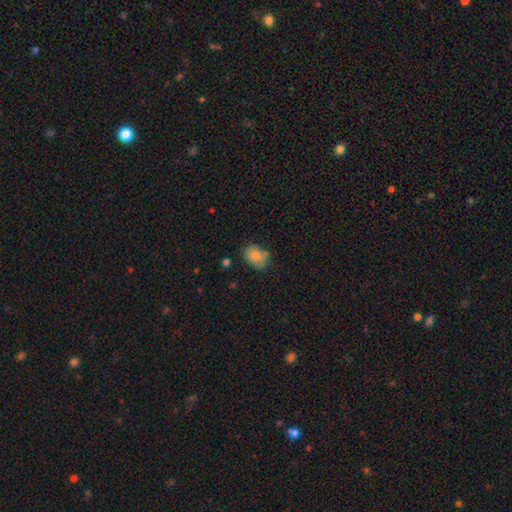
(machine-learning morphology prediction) Smooth or featured? Predicted: smooth (p=0.79). How rounded? Predicted: in between (p=0.68). Merging? Predicted: none (p=0.71).